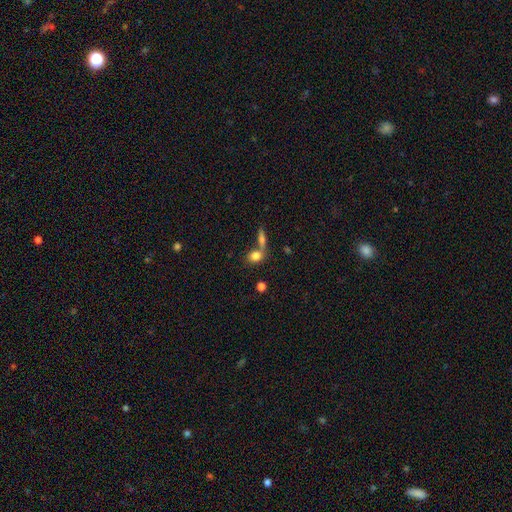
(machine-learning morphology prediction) Q: Smooth or featured?
A: smooth (79%); runner-up: featured or disk (11%)
Q: How rounded?
A: round (49%); runner-up: in between (47%)
Q: Merging?
A: merger (44%); runner-up: none (42%)